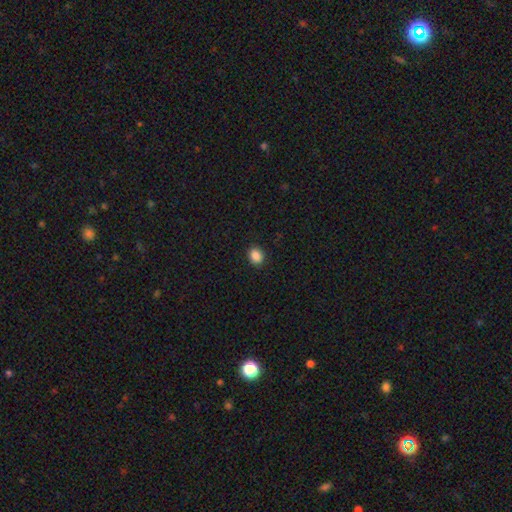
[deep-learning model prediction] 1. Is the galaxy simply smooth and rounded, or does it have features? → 88% smooth, 10% star or artifact, 3% featured or disk.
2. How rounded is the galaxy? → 52% round, 47% in between, 1% cigar-shaped.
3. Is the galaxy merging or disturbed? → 90% none, 7% minor disturbance, 2% major disturbance, 1% merger.